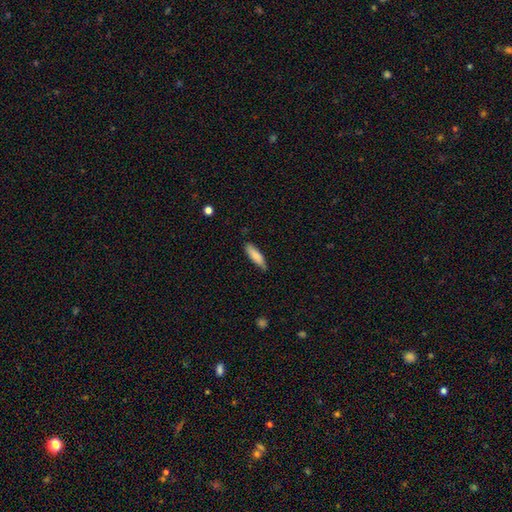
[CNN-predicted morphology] This appears to be a smooth galaxy with no disk features (84%) that is cigar-shaped (64%). Merging: none (78%).